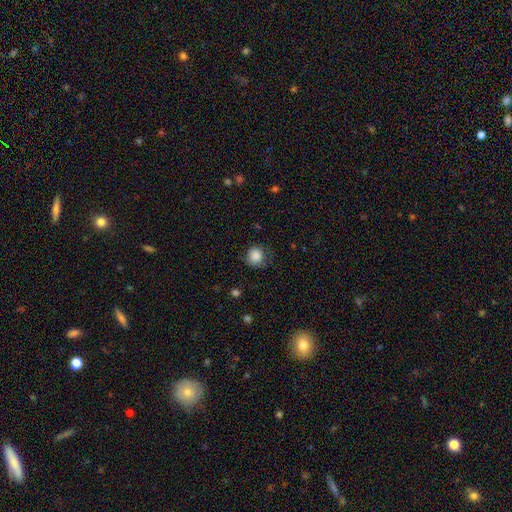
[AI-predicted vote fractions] This is clearly a smooth galaxy (86%). How rounded: clearly round (87%). Merging: likely none (70%).